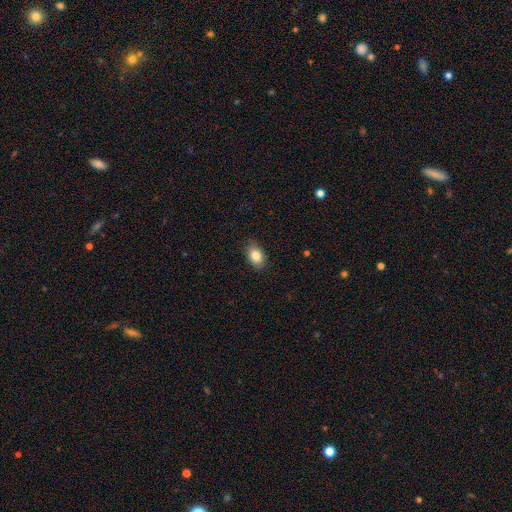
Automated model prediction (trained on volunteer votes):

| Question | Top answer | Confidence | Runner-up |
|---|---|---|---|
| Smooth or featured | smooth | 84% | star or artifact (8%) |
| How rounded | in between | 85% | round (14%) |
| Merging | none | 84% | minor disturbance (12%) |